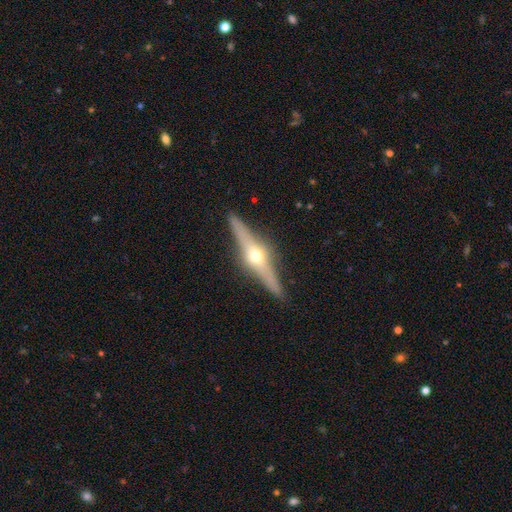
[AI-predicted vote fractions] The model was most divided on "smooth or featured": featured or disk: 84%, smooth: 10%, star or artifact: 6%. More confident: edge-on disk — yes (98%); edge-on bulge — rounded (92%); merging — none (90%).